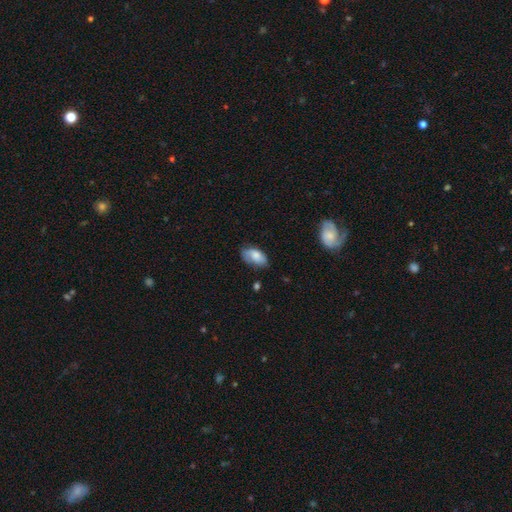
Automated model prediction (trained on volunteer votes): Smooth or featured?
  - smooth: 71% *
  - featured or disk: 22%
  - star or artifact: 7%
How rounded?
  - in between: 93% *
  - round: 4%
  - cigar-shaped: 3%
Merging?
  - none: 58% *
  - minor disturbance: 32%
  - major disturbance: 9%
  - merger: 2%